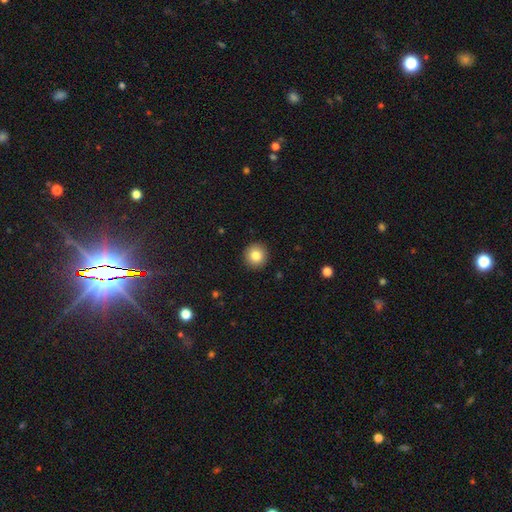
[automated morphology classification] Smooth or featured? smooth (83%)
How rounded? round (95%)
Merging? none (93%)